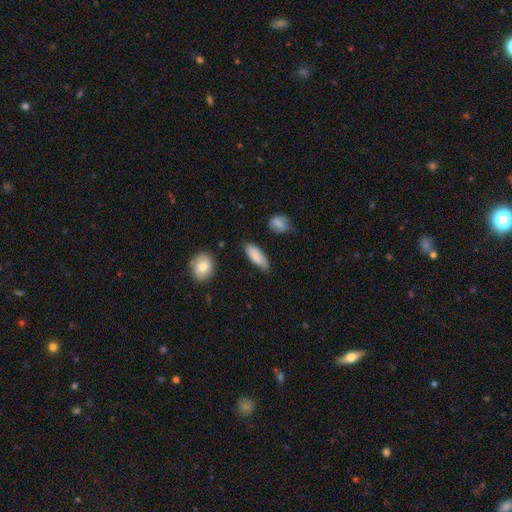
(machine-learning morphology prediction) The model was most divided on "how rounded": in between: 67%, cigar-shaped: 31%, round: 2%. More confident: smooth or featured — smooth (83%); merging — none (69%).